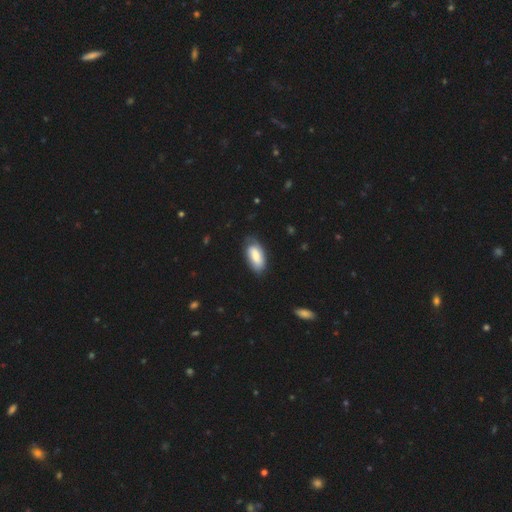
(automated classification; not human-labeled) Smooth or featured: smooth — 72% (featured or disk — 22%)
How rounded: in between — 91% (cigar-shaped — 7%)
Merging: none — 69% (minor disturbance — 24%)